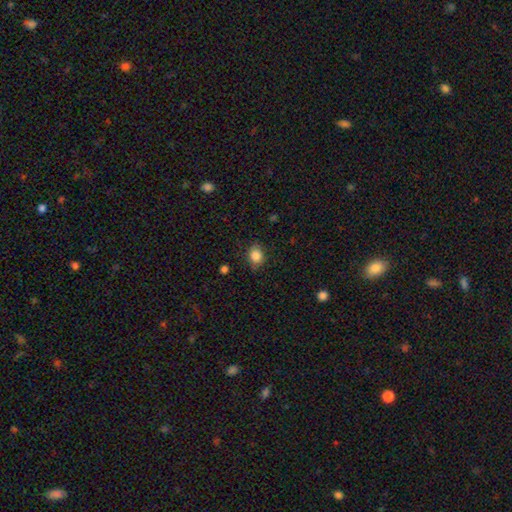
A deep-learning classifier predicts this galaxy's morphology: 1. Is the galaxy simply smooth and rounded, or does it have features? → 85% smooth, 9% star or artifact, 6% featured or disk.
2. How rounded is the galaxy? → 53% in between, 46% round, 1% cigar-shaped.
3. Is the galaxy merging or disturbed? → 81% none, 15% minor disturbance, 3% major disturbance, 1% merger.